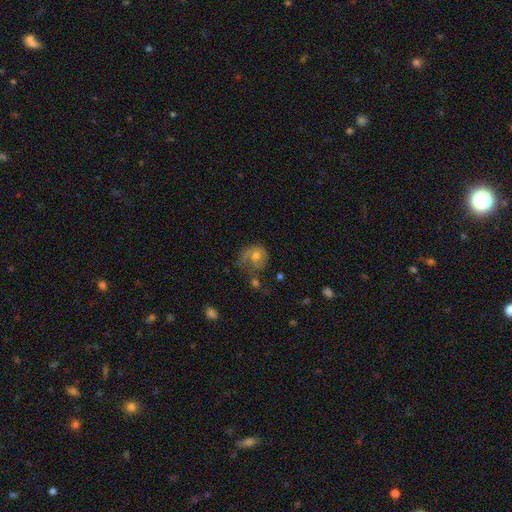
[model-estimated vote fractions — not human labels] The model was most divided on "merging": none: 39%, major disturbance: 29%, minor disturbance: 22%, merger: 9%. More confident: edge-on disk — no (97%); spiral arms — yes (75%); bar — no (75%); bulge size — moderate (70%); smooth or featured — featured or disk (57%).